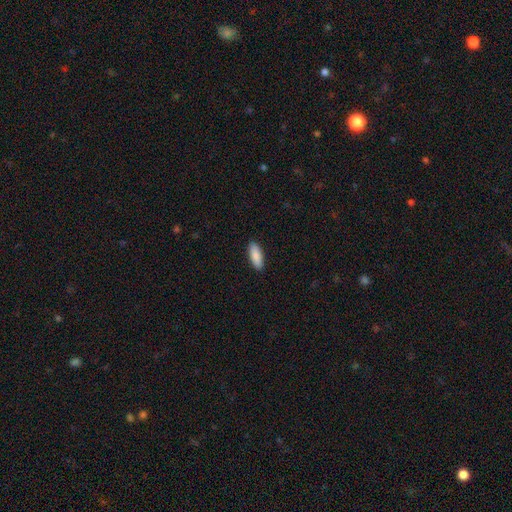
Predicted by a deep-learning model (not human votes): Smooth or featured: smooth — 89% (star or artifact — 5%)
How rounded: in between — 71% (cigar-shaped — 27%)
Merging: none — 91% (minor disturbance — 7%)